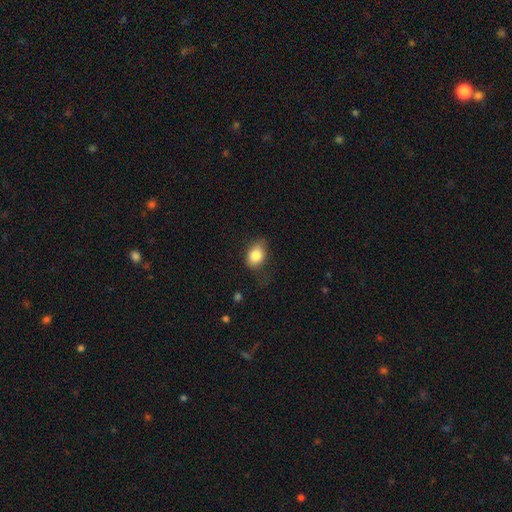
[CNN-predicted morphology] The model was most divided on "merging": none: 61%, minor disturbance: 27%, major disturbance: 10%, merger: 1%. More confident: smooth or featured — smooth (83%); how rounded — in between (75%).